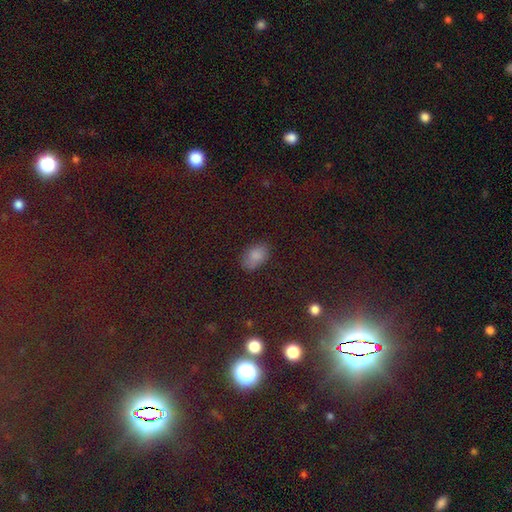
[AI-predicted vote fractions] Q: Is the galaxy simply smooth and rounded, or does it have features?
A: smooth — 79%.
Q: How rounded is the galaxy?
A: in between — 89%.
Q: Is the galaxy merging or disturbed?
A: none — 76%.